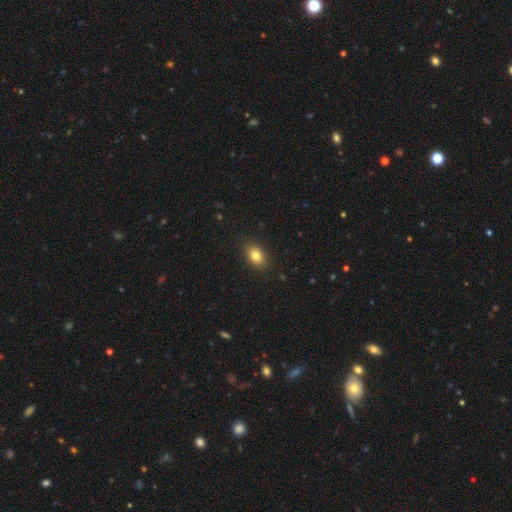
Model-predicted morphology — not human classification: A smooth galaxy with no disk features (83%) that is in between round and cigar-shaped (82%). Merging: none (88%).